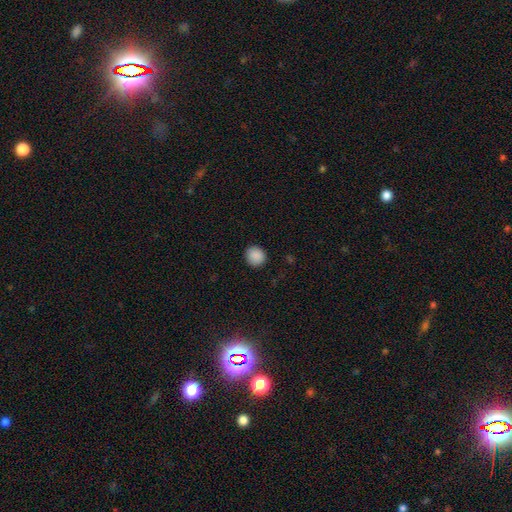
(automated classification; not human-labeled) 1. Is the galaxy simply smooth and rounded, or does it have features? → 89% smooth, 9% star or artifact, 2% featured or disk.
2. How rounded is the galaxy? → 88% round, 11% in between, 1% cigar-shaped.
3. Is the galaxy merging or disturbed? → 90% none, 7% minor disturbance, 2% major disturbance, 1% merger.